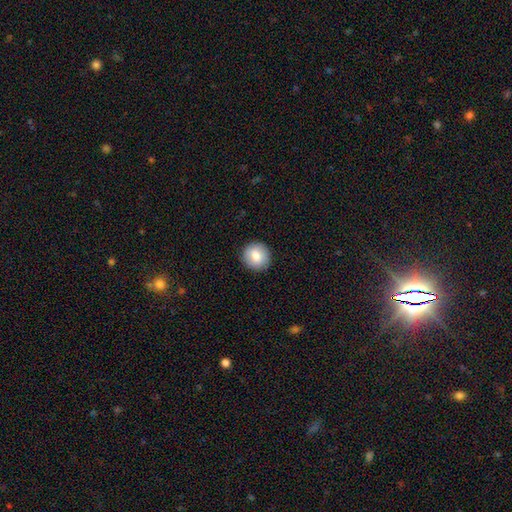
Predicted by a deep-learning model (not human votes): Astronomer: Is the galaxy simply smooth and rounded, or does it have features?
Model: smooth — 80%.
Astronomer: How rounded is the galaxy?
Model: round — 92%.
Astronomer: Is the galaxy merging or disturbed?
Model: none — 90%.